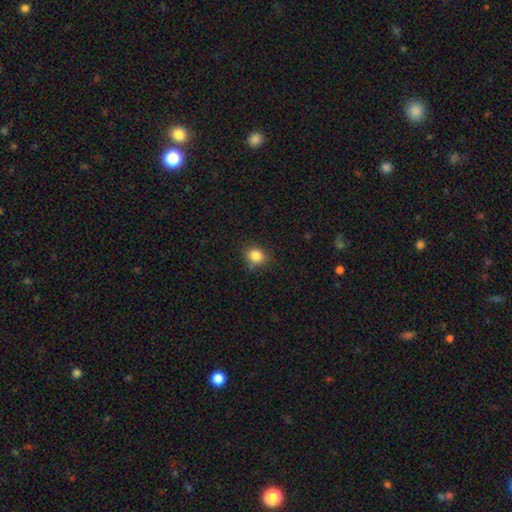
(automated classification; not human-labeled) This is clearly a smooth galaxy (84%). How rounded: likely round (69%). Merging: likely none (78%).